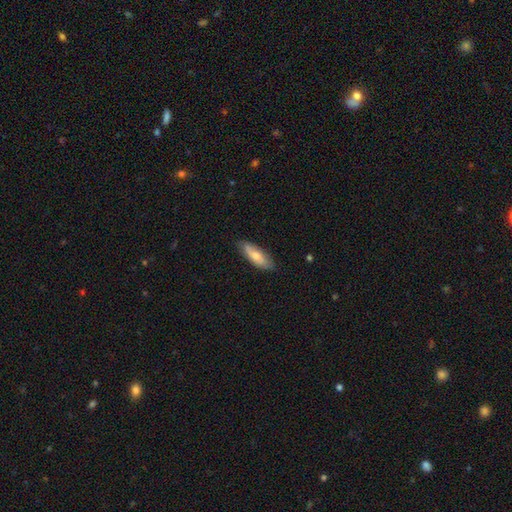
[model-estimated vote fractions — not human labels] smooth_or_featured: smooth (p=0.68) [alt: featured or disk p=0.27]
how_rounded: in between (p=0.62) [alt: cigar-shaped p=0.36]
merging: none (p=0.80) [alt: minor disturbance p=0.16]